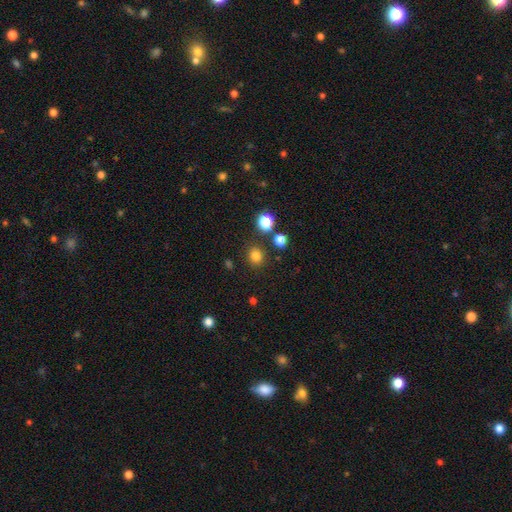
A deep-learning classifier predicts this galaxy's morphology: This is likely a smooth galaxy (80%). How rounded: likely round (79%). Merging: clearly none (85%).